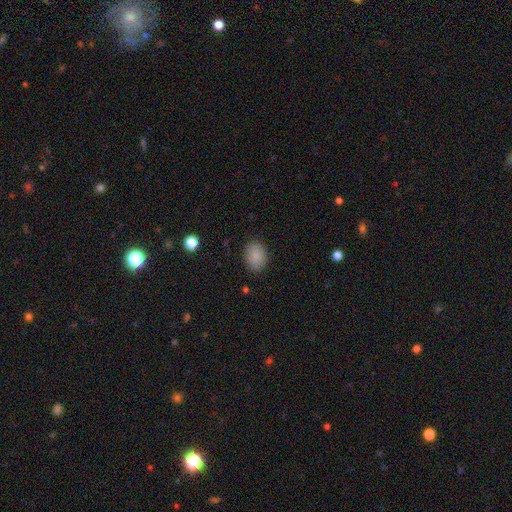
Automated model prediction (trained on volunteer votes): smooth_or_featured: smooth (p=0.87) [alt: star or artifact p=0.08]
how_rounded: in between (p=0.68) [alt: round p=0.31]
merging: none (p=0.86) [alt: minor disturbance p=0.11]